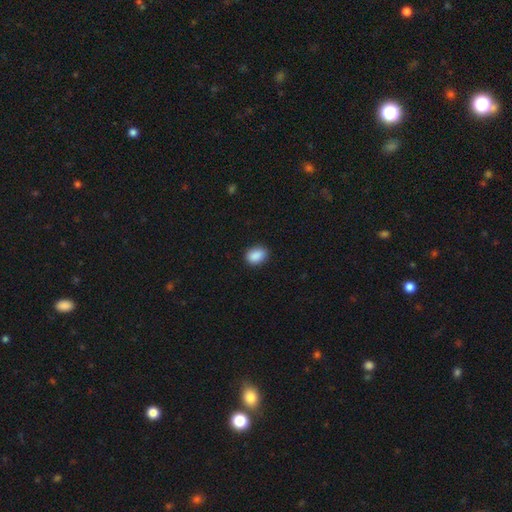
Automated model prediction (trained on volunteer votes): Smooth or featured?
  - smooth: 89% *
  - star or artifact: 8%
  - featured or disk: 3%
How rounded?
  - in between: 74% *
  - round: 25%
  - cigar-shaped: 1%
Merging?
  - none: 85% *
  - minor disturbance: 12%
  - major disturbance: 2%
  - merger: 1%